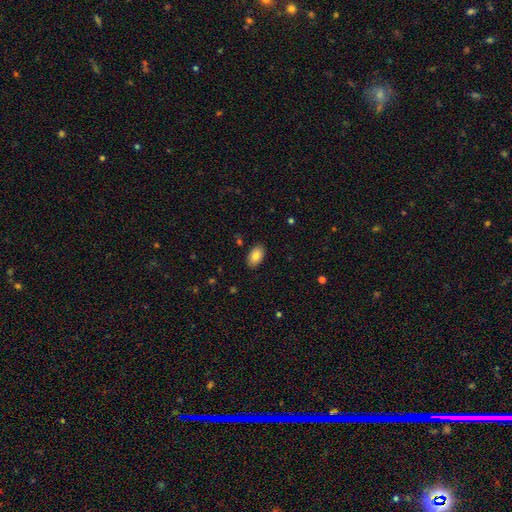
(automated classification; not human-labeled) Smooth or featured? Predicted: smooth (p=0.83). How rounded? Predicted: in between (p=0.93). Merging? Predicted: none (p=0.88).